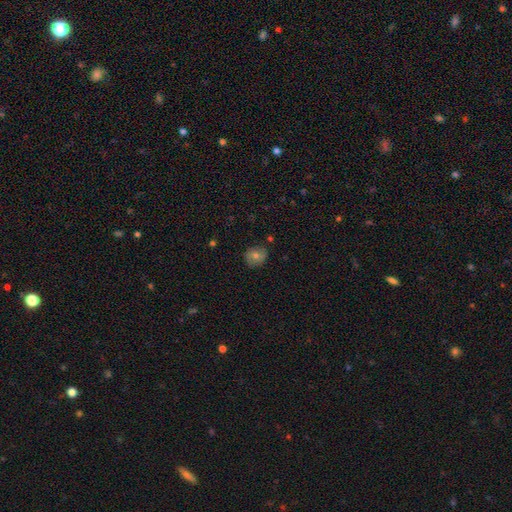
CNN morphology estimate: Overall: smooth (59%; featured or disk 28%). How rounded: round (76%). Merging: none (80%).